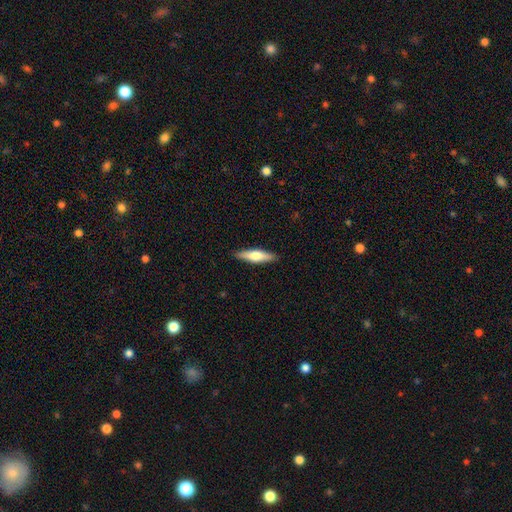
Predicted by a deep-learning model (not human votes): The model was most divided on "smooth or featured": smooth: 54%, featured or disk: 41%, star or artifact: 5%. More confident: merging — none (90%); how rounded — cigar-shaped (71%).